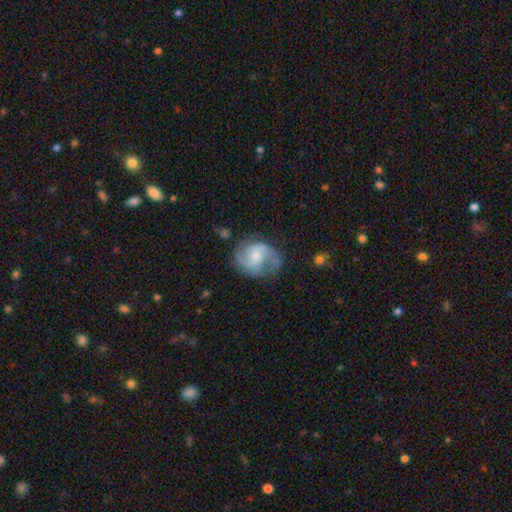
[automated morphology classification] Overall: featured or disk (76%). Edge-on disk: no (98%). Bar: no (55%; weak 38%). Spiral arms: yes (93%). Spiral arm count: 2 (79%). Spiral winding: medium (51%; loose 27%). Bulge size: moderate (46%; small 44%). Merging: none (60%; minor disturbance 24%).